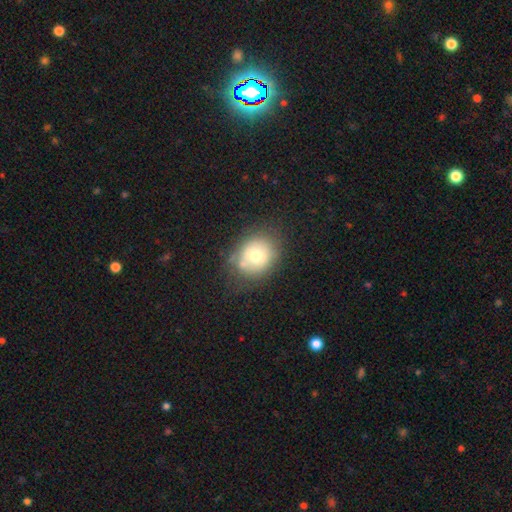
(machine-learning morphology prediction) Smooth or featured?
  - smooth: 67% *
  - featured or disk: 23%
  - star or artifact: 10%
How rounded?
  - round: 62% *
  - in between: 37%
  - cigar-shaped: 1%
Merging?
  - none: 63% *
  - minor disturbance: 21%
  - merger: 9%
  - major disturbance: 8%